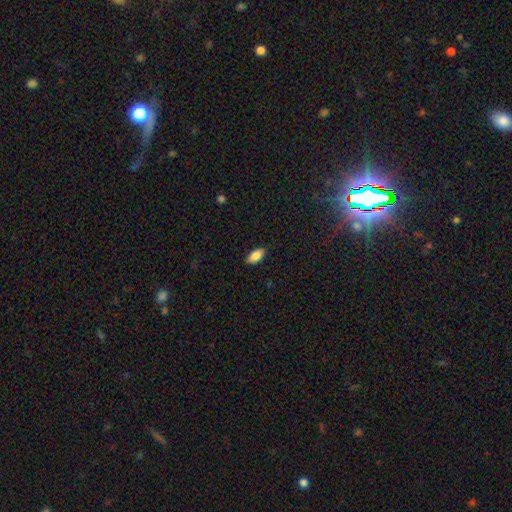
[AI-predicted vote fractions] Smooth or featured? Predicted: smooth (p=0.85). How rounded? Predicted: in between (p=0.90). Merging? Predicted: none (p=0.86).